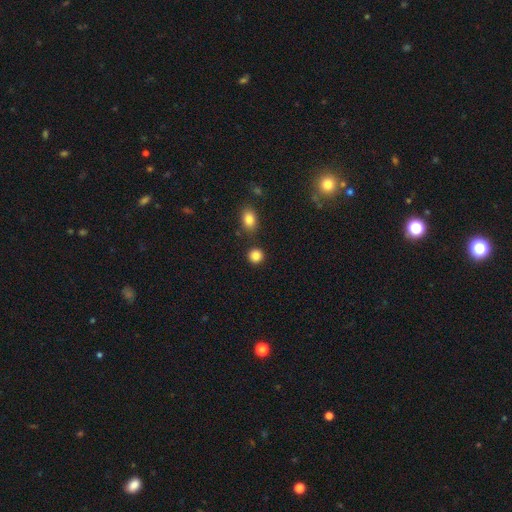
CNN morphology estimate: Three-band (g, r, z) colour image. It shows a smooth galaxy with no disk features (86%) that is round (89%). Merging: none (86%).